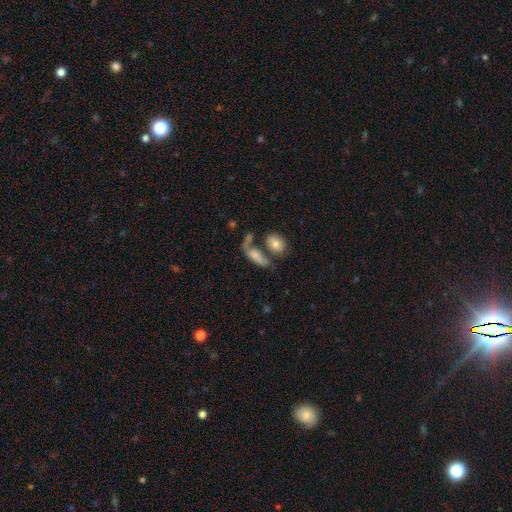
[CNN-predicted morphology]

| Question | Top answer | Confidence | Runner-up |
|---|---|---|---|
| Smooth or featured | smooth | 64% | featured or disk (27%) |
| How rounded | in between | 72% | cigar-shaped (20%) |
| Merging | merger | 36% | none (30%) |